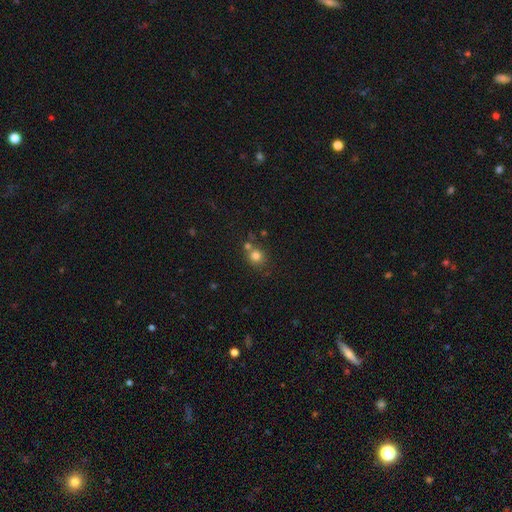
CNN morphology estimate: Overall: smooth (78%). How rounded: round (84%). Merging: none (61%; merger 24%).